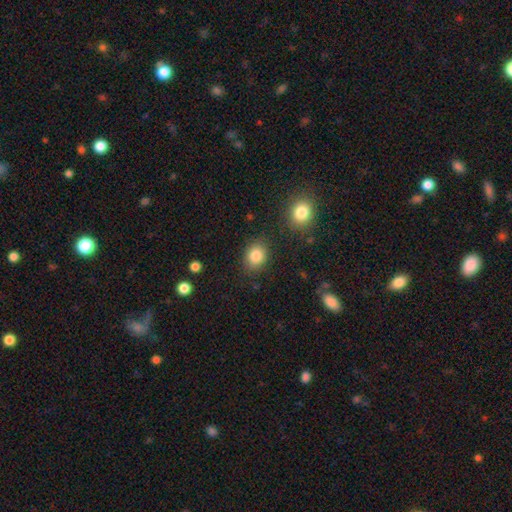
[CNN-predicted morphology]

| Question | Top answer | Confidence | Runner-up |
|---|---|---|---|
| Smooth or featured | smooth | 84% | star or artifact (10%) |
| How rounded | in between | 50% | round (49%) |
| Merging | none | 83% | minor disturbance (11%) |